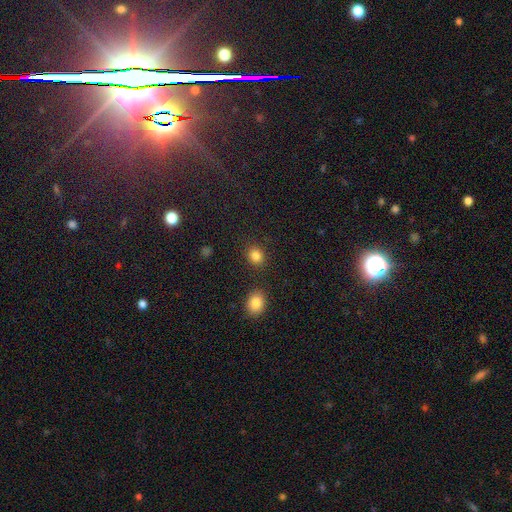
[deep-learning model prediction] This is clearly a smooth galaxy (84%). How rounded: likely round (69%). Merging: clearly none (85%).